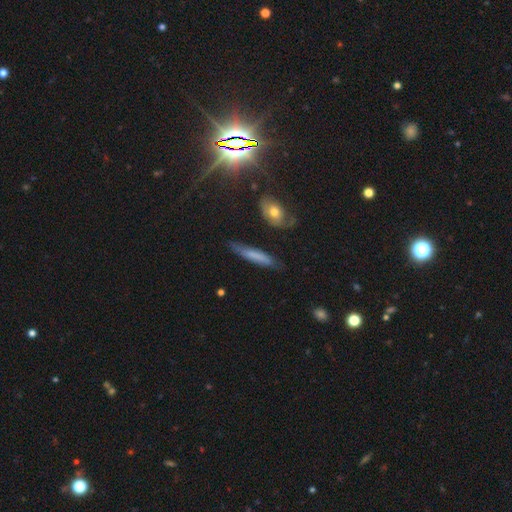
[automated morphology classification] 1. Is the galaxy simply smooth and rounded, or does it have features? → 60% smooth, 31% featured or disk, 9% star or artifact.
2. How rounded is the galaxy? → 85% cigar-shaped, 13% in between, 2% round.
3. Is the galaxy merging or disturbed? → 71% none, 21% minor disturbance, 5% major disturbance, 3% merger.